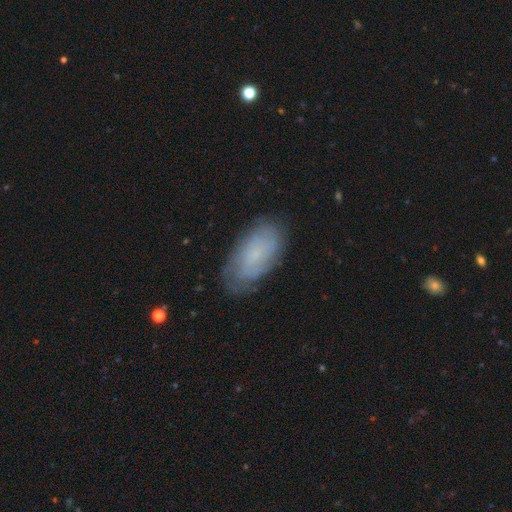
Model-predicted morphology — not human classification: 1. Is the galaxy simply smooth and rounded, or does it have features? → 45% smooth, 42% featured or disk, 13% star or artifact.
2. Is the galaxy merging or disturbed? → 79% none, 16% minor disturbance, 4% major disturbance, 1% merger.